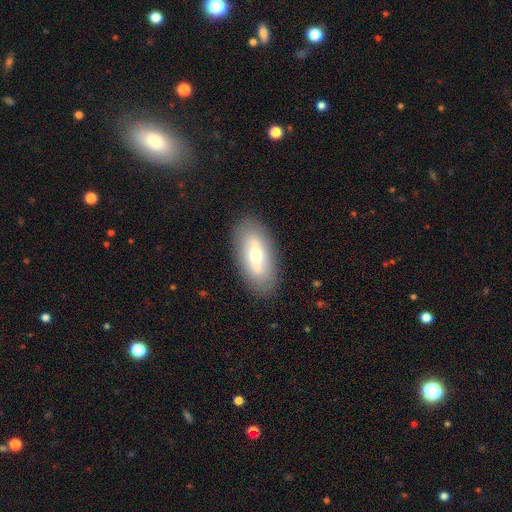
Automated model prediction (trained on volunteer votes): Smooth or featured? smooth (53%)
How rounded? in between (86%)
Merging? none (87%)